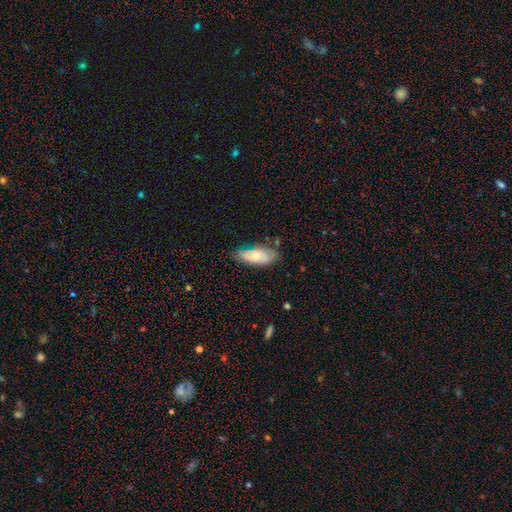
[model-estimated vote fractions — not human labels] Q: Smooth or featured?
A: smooth (62%); runner-up: featured or disk (32%)
Q: How rounded?
A: in between (83%); runner-up: cigar-shaped (15%)
Q: Merging?
A: none (67%); runner-up: minor disturbance (25%)